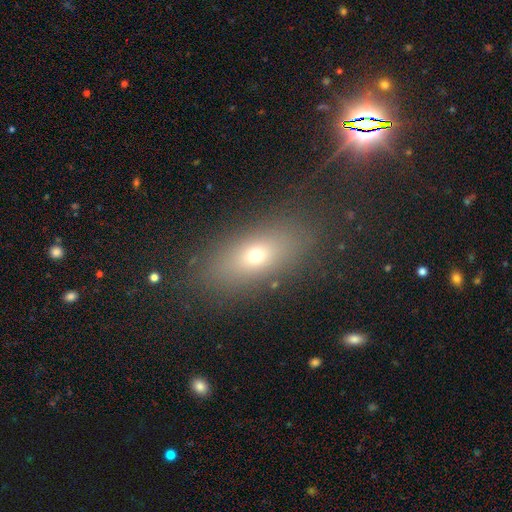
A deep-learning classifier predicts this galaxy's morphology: type=smooth (65%); roundness=in between (76%); merging=none (81%).